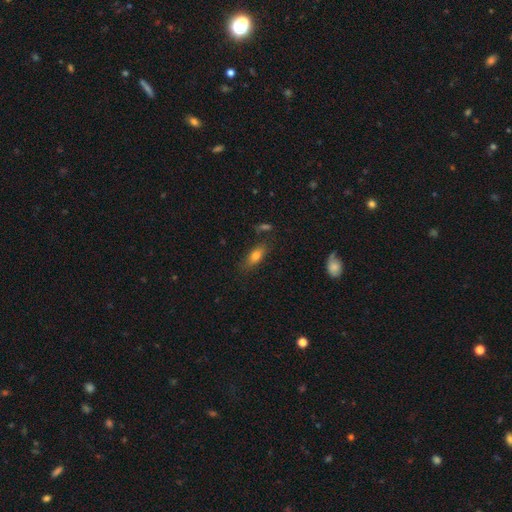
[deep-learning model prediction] A smooth galaxy with no disk features (76%) that is in between round and cigar-shaped (76%).

Vote fractions:
- Smooth or featured? smooth: 76% / featured or disk: 16% / star or artifact: 9%
- How rounded? in between: 76% / cigar-shaped: 19% / round: 5%
- Merging? none: 74% / minor disturbance: 17% / merger: 5% / major disturbance: 5%